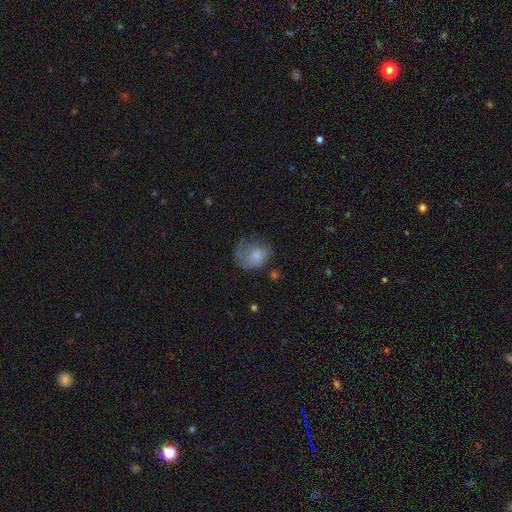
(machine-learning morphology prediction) Smooth or featured: smooth — 57% (featured or disk — 34%)
How rounded: round — 61% (in between — 38%)
Merging: none — 36% (major disturbance — 34%)